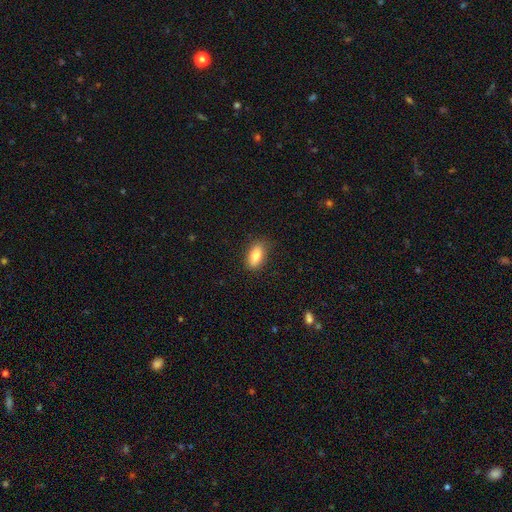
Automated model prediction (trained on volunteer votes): A smooth galaxy with no disk features (85%) that is in between round and cigar-shaped (87%).

Vote fractions:
- Smooth or featured? smooth: 85% / featured or disk: 8% / star or artifact: 7%
- How rounded? in between: 87% / cigar-shaped: 9% / round: 4%
- Merging? none: 82% / minor disturbance: 13% / major disturbance: 3% / merger: 1%